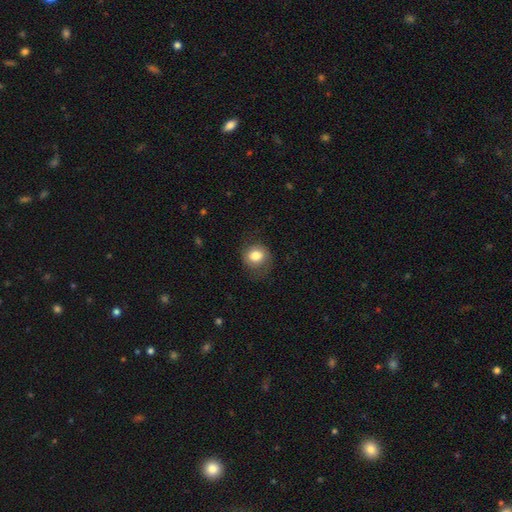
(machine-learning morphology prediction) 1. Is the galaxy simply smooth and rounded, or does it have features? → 80% smooth, 12% featured or disk, 8% star or artifact.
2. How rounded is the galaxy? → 71% round, 28% in between, 1% cigar-shaped.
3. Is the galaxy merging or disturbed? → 68% none, 21% minor disturbance, 10% major disturbance, 1% merger.